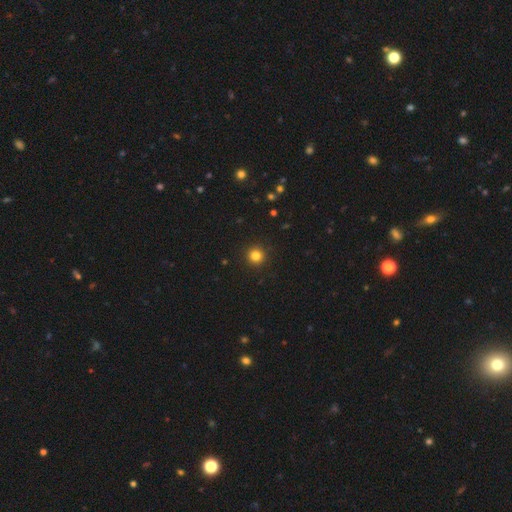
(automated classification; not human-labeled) A smooth galaxy with no disk features (83%) that is round (96%).

Vote fractions:
- Smooth or featured? smooth: 83% / star or artifact: 13% / featured or disk: 4%
- How rounded? round: 96% / in between: 4% / cigar-shaped: 1%
- Merging? none: 93% / minor disturbance: 4% / major disturbance: 2% / merger: 1%